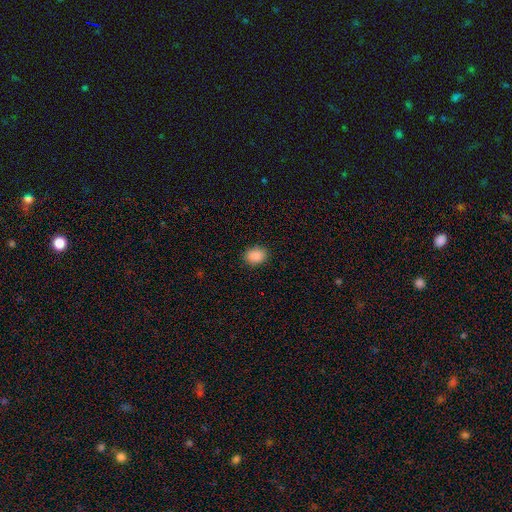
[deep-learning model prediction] Smooth or featured?
  - smooth: 89% *
  - star or artifact: 8%
  - featured or disk: 3%
How rounded?
  - in between: 57% *
  - round: 42%
  - cigar-shaped: 1%
Merging?
  - none: 87% *
  - minor disturbance: 10%
  - major disturbance: 3%
  - merger: 1%